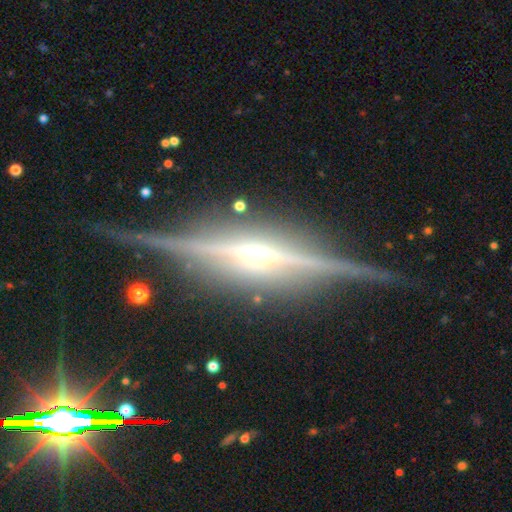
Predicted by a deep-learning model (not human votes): Smooth or featured?
  - featured or disk: 90% *
  - star or artifact: 6%
  - smooth: 4%
Edge-on disk?
  - yes: 97% *
  - no: 3%
Edge-on bulge?
  - rounded: 80% *
  - boxy: 13%
  - none: 7%
Merging?
  - none: 85% *
  - minor disturbance: 10%
  - major disturbance: 3%
  - merger: 2%